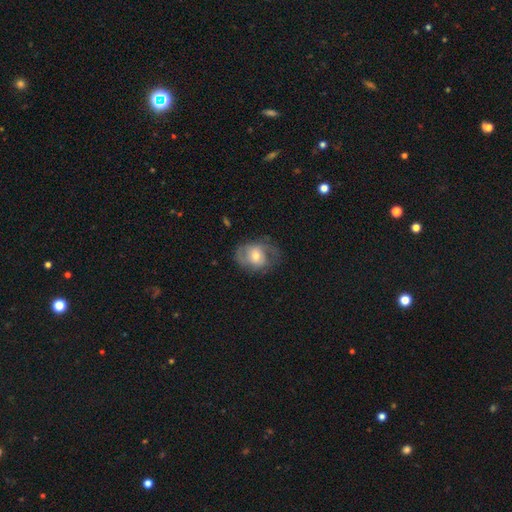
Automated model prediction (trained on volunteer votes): A featured or disk galaxy (57%) with no bar (61%), spiral arms (74%) and a moderate central bulge (60%). Merging: none (61%).